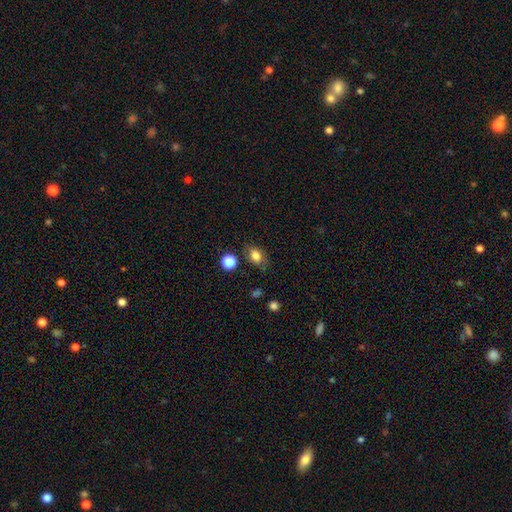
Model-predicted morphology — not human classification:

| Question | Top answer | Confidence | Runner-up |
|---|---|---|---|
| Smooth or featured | smooth | 80% | star or artifact (11%) |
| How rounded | in between | 76% | round (22%) |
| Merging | none | 74% | minor disturbance (17%) |